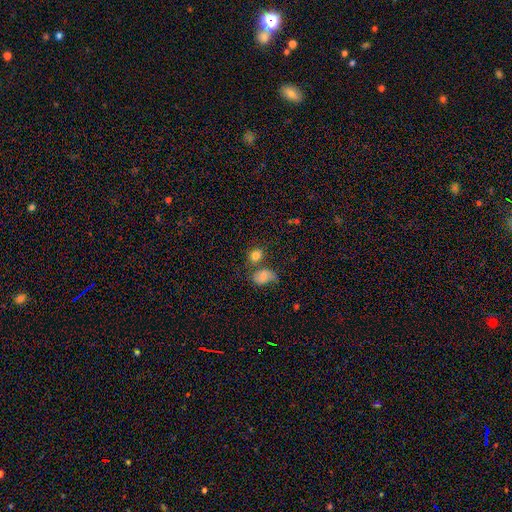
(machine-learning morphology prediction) Smooth or featured? smooth (79%)
How rounded? round (56%)
Merging? none (52%)